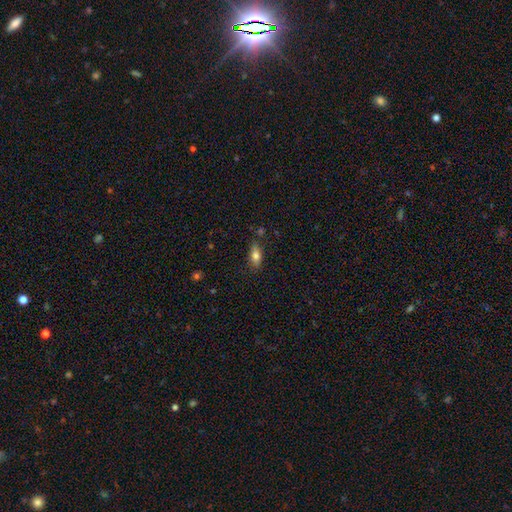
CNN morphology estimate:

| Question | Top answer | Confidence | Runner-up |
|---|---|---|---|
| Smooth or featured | smooth | 76% | featured or disk (15%) |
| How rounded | in between | 79% | cigar-shaped (16%) |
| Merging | none | 74% | minor disturbance (19%) |